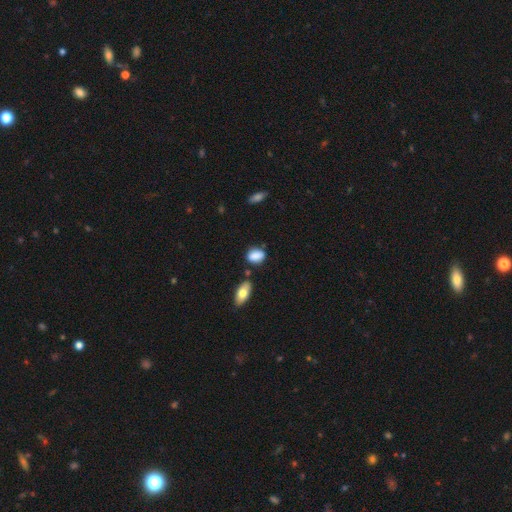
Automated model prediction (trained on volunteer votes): This appears to be a smooth galaxy with no disk features (85%) that is in between round and cigar-shaped (76%). Merging: none (66%).